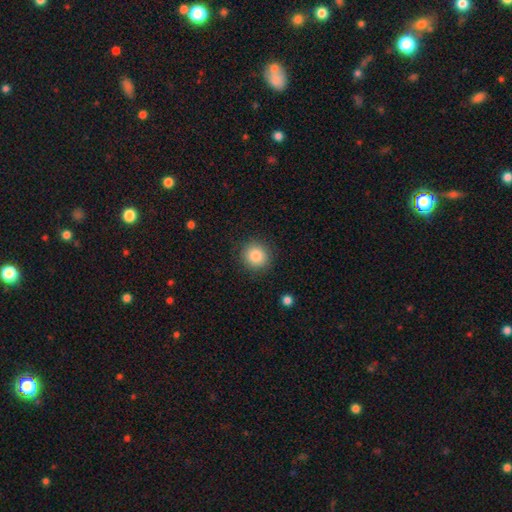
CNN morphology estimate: Overall: smooth (84%). How rounded: round (91%). Merging: none (88%).